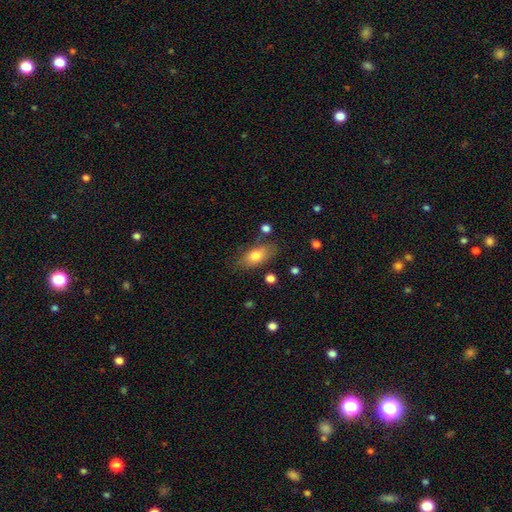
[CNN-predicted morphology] This appears to be a smooth galaxy with no disk features (77%) that is in between round and cigar-shaped (86%). Merging: none (70%).